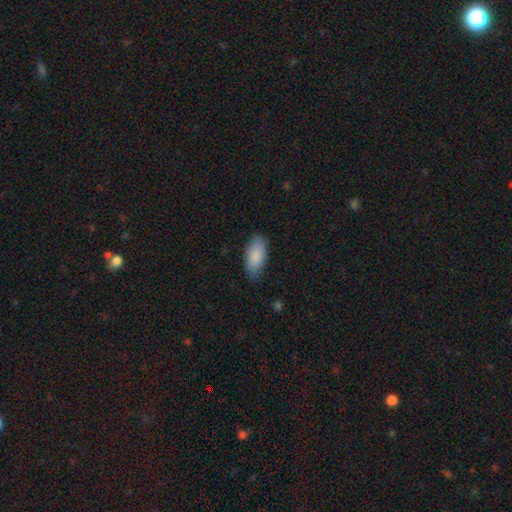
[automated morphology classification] Smooth or featured?
  - smooth: 88% *
  - featured or disk: 7%
  - star or artifact: 6%
How rounded?
  - in between: 91% *
  - cigar-shaped: 7%
  - round: 2%
Merging?
  - none: 84% *
  - minor disturbance: 13%
  - major disturbance: 3%
  - merger: 1%